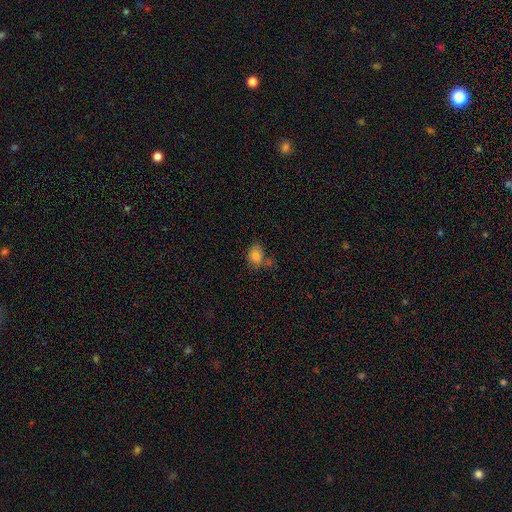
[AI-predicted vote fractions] Smooth or featured? Predicted: smooth (p=0.79). How rounded? Predicted: in between (p=0.60). Merging? Predicted: none (p=0.52).